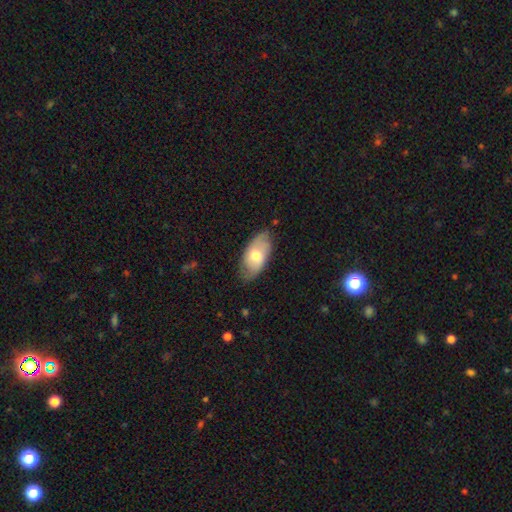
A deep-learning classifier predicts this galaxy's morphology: The model was most divided on "smooth or featured": smooth: 61%, featured or disk: 33%, star or artifact: 6%. More confident: how rounded — in between (93%); merging — none (73%).